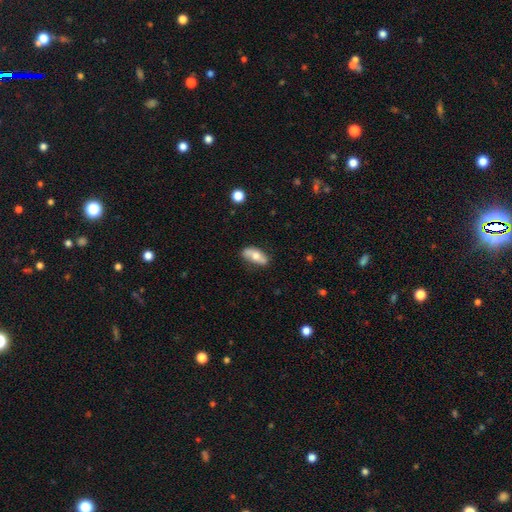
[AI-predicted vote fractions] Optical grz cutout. It shows a smooth galaxy with no disk features (56%) that is in between round and cigar-shaped (80%). Merging: none (75%).